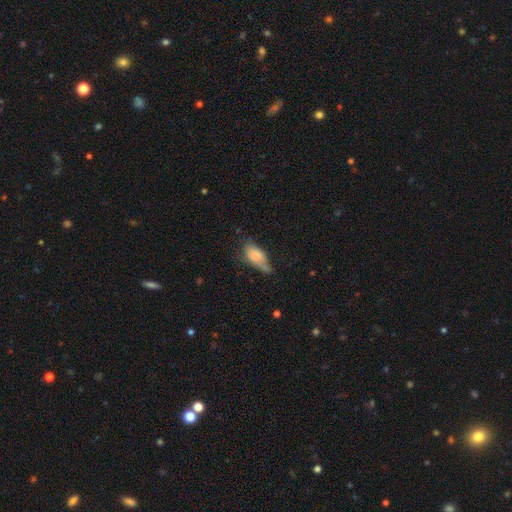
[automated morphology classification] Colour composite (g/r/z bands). It shows a smooth galaxy with no disk features (73%) that is in between round and cigar-shaped (86%). Merging: minor disturbance (43%).